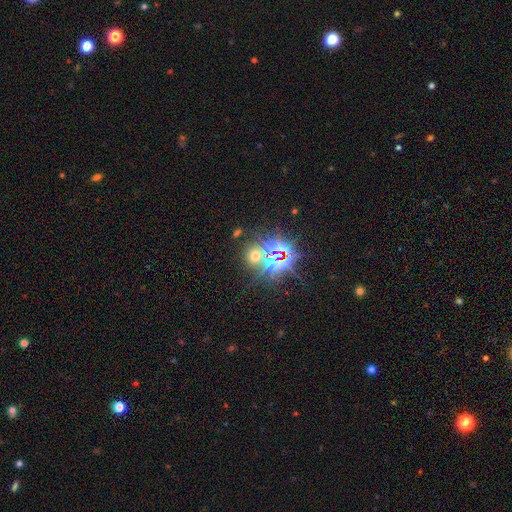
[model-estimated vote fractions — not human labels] This is likely a star or artifact rather than a galaxy (61%).